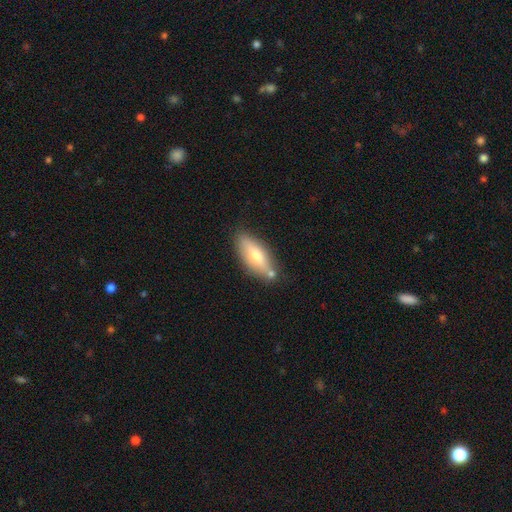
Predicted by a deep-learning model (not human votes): smooth_or_featured: smooth (p=0.59) [alt: featured or disk p=0.34]
how_rounded: in between (p=0.68) [alt: cigar-shaped p=0.30]
merging: none (p=0.72) [alt: minor disturbance p=0.15]